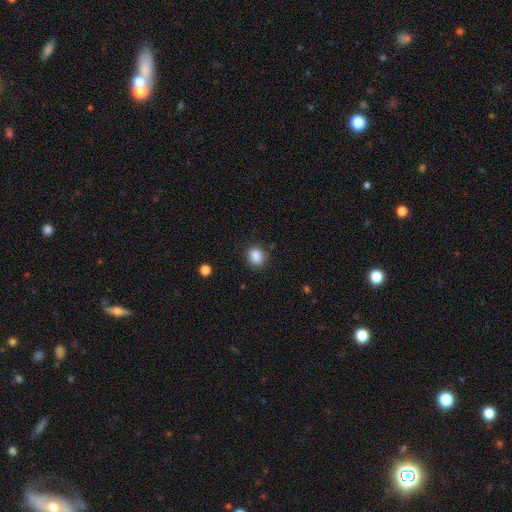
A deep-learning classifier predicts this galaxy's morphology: A smooth galaxy with no disk features (86%) that is round (65%).

Vote fractions:
- Smooth or featured? smooth: 86% / star or artifact: 10% / featured or disk: 4%
- How rounded? round: 65% / in between: 34% / cigar-shaped: 1%
- Merging? none: 83% / minor disturbance: 12% / major disturbance: 3% / merger: 2%